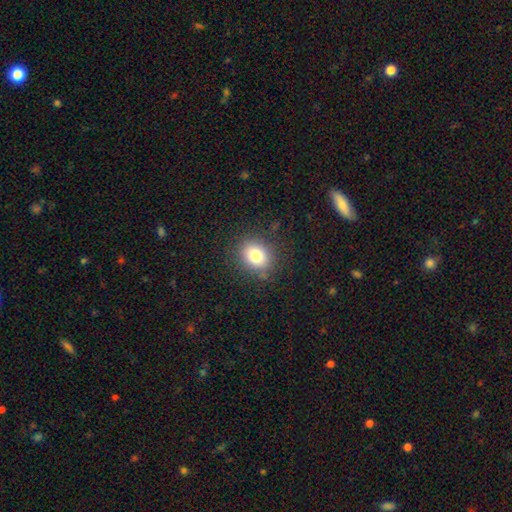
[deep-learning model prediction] Morphology: type=smooth (79%); roundness=round (58%); merging=none (84%).